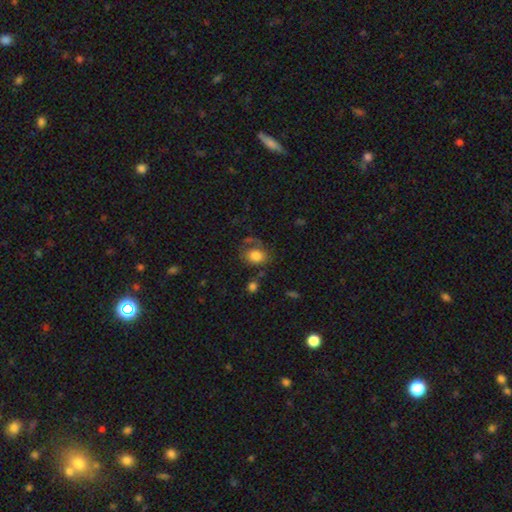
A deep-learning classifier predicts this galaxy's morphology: smooth_or_featured: smooth (p=0.72) [alt: featured or disk p=0.18]
how_rounded: in between (p=0.53) [alt: round p=0.46]
merging: none (p=0.47) [alt: major disturbance p=0.23]